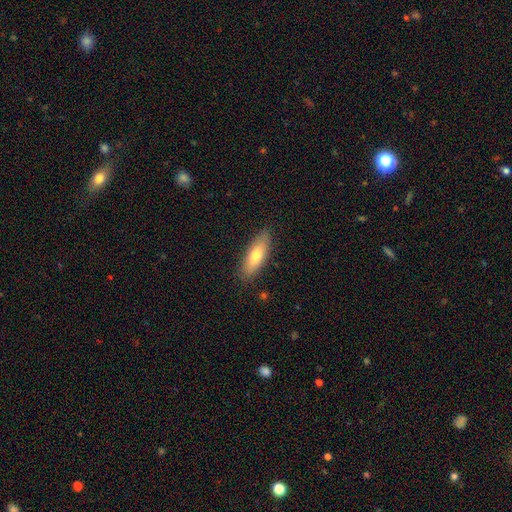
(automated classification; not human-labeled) This appears to be a smooth galaxy with no disk features (71%) that is in between round and cigar-shaped (59%). Merging: none (85%).